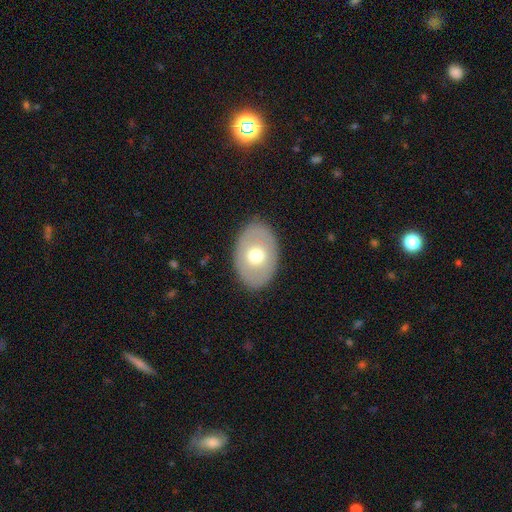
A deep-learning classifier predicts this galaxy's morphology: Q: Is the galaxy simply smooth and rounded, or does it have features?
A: smooth — 59%.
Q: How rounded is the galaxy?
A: in between — 81%.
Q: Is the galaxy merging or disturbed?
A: none — 86%.